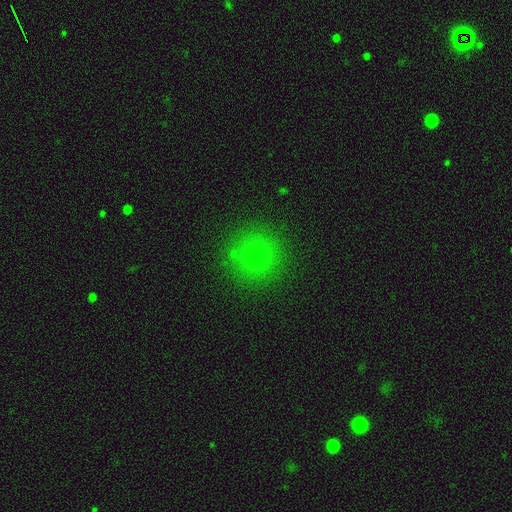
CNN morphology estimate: Smooth or featured?
  - smooth: 72% *
  - star or artifact: 19%
  - featured or disk: 9%
How rounded?
  - round: 93% *
  - in between: 6%
  - cigar-shaped: 1%
Merging?
  - none: 88% *
  - minor disturbance: 8%
  - major disturbance: 3%
  - merger: 2%